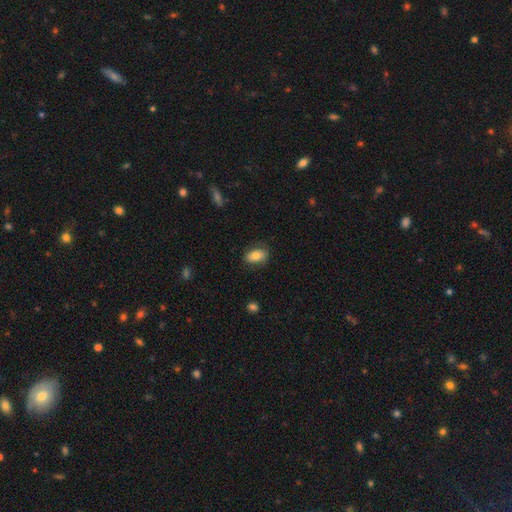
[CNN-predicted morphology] Smooth or featured? Predicted: smooth (p=0.77). How rounded? Predicted: in between (p=0.88). Merging? Predicted: none (p=0.80).